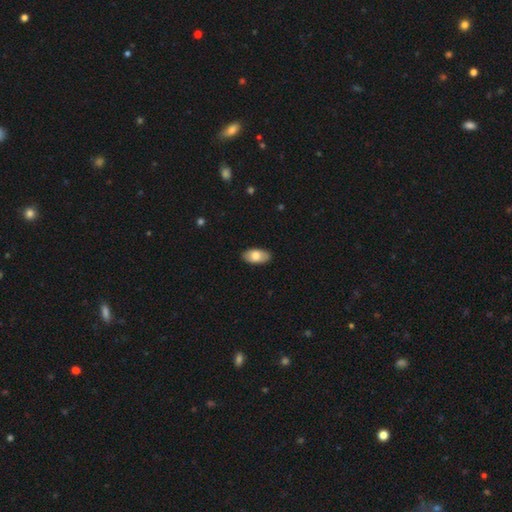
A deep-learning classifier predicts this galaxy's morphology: Smooth or featured: smooth — 76% (featured or disk — 18%)
How rounded: in between — 94% (round — 3%)
Merging: none — 87% (minor disturbance — 10%)